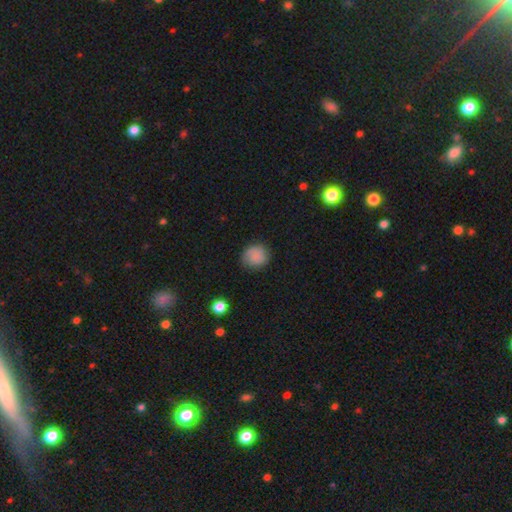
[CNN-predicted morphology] Smooth or featured? Predicted: smooth (p=0.77). How rounded? Predicted: round (p=0.83). Merging? Predicted: none (p=0.75).